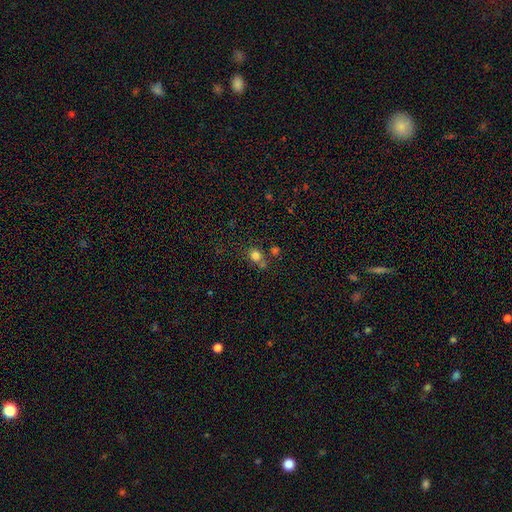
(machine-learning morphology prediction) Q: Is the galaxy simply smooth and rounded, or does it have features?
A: smooth — 78%.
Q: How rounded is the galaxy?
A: round — 70%.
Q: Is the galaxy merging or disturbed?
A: none — 57%.